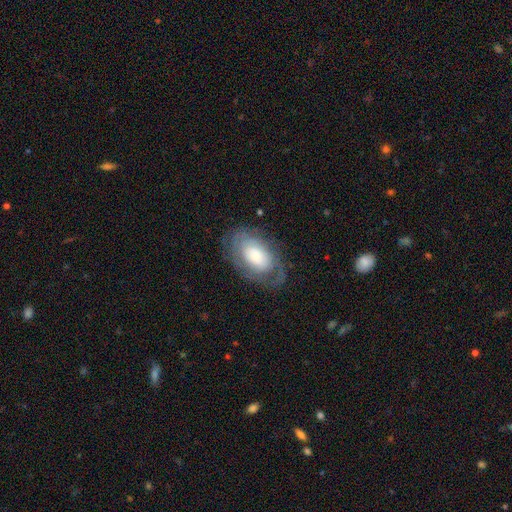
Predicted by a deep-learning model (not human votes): Smooth or featured?
  - featured or disk: 51% *
  - smooth: 42%
  - star or artifact: 8%
Edge-on disk?
  - no: 94% *
  - yes: 6%
Merging?
  - none: 67% *
  - minor disturbance: 19%
  - major disturbance: 12%
  - merger: 1%